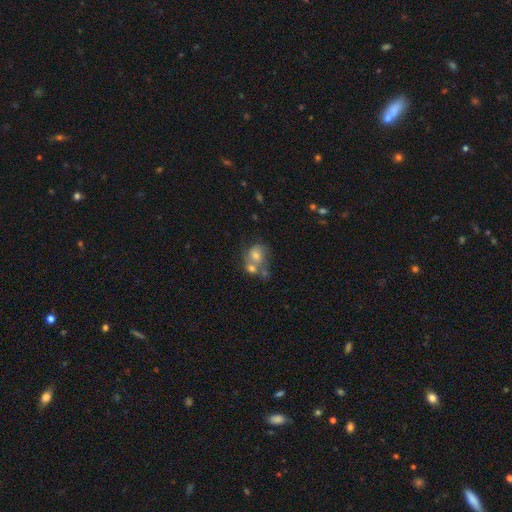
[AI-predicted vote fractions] smooth-or-featured: smooth: 53% | featured or disk: 31% | star or artifact: 16%
  how-rounded: round: 58% | in between: 41% | cigar-shaped: 1%
  merging: merger: 48% | none: 31% | minor disturbance: 12% | major disturbance: 8%